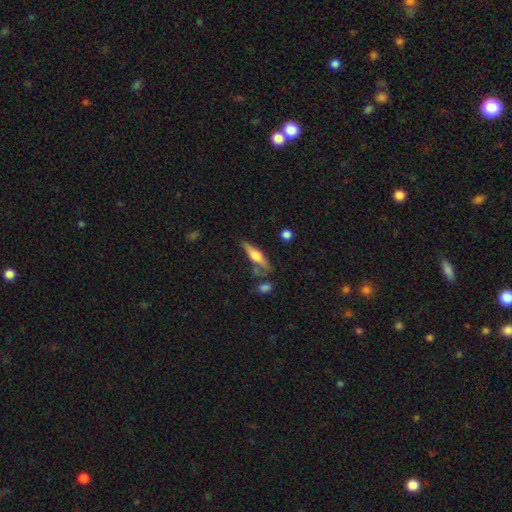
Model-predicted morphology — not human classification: This appears to be a featured or disk galaxy (54%) viewed edge-on (93%) with a rounded central bulge (88%). Merging: none (68%).